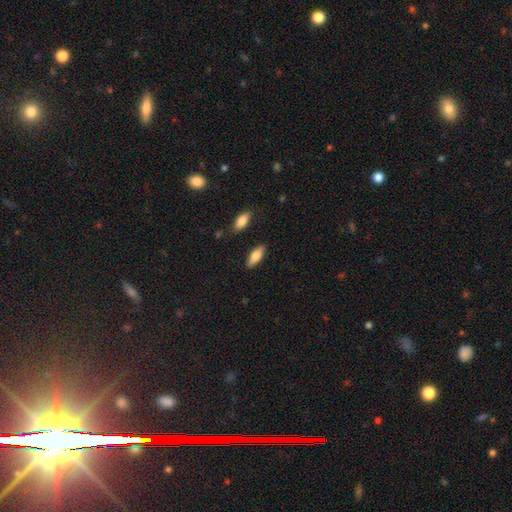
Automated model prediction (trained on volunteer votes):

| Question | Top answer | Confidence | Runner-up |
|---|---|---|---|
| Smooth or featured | smooth | 72% | featured or disk (22%) |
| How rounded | in between | 68% | cigar-shaped (30%) |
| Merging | none | 85% | minor disturbance (10%) |